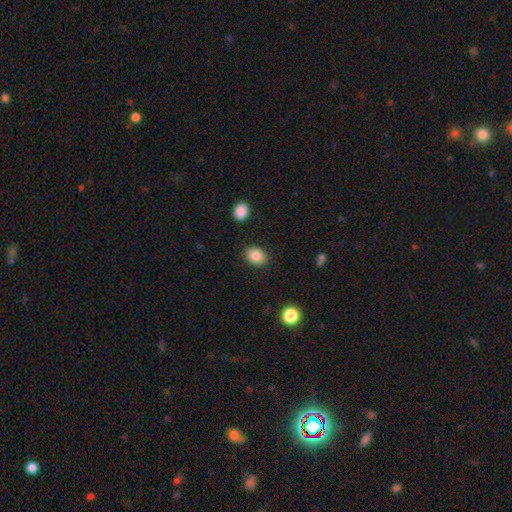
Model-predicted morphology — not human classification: smooth-or-featured: smooth: 85% | star or artifact: 9% | featured or disk: 6%
  how-rounded: in between: 60% | round: 39% | cigar-shaped: 1%
  merging: none: 87% | minor disturbance: 9% | major disturbance: 2% | merger: 2%